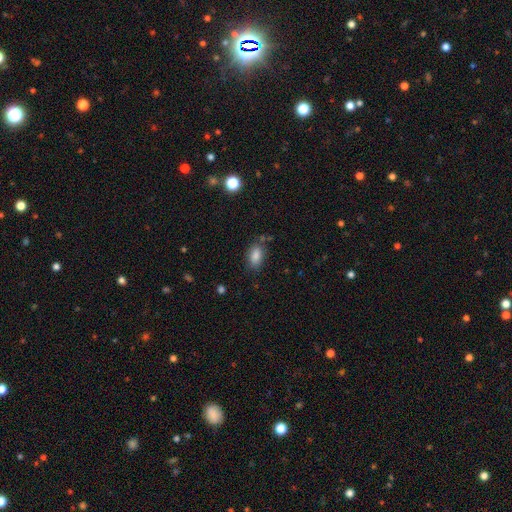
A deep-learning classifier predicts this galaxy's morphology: smooth_or_featured: smooth (p=0.86) [alt: star or artifact p=0.08]
how_rounded: in between (p=0.90) [alt: round p=0.05]
merging: none (p=0.78) [alt: minor disturbance p=0.14]